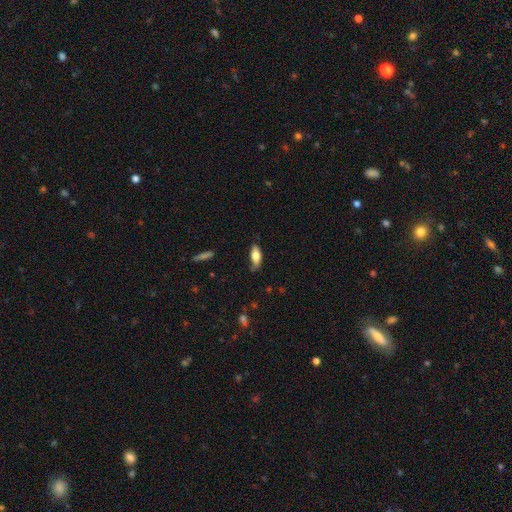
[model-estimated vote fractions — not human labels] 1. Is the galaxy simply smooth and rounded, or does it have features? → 73% smooth, 21% featured or disk, 6% star or artifact.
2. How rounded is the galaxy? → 77% in between, 21% cigar-shaped, 3% round.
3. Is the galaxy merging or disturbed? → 63% none, 29% minor disturbance, 6% major disturbance, 2% merger.